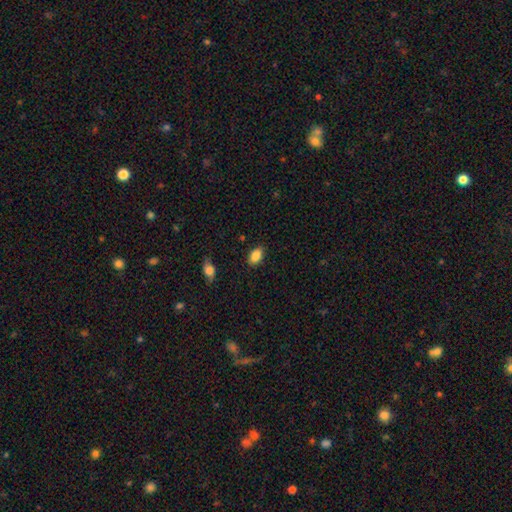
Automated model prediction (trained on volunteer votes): The model was most divided on "merging": none: 85%, minor disturbance: 11%, major disturbance: 3%, merger: 1%. More confident: how rounded — in between (89%); smooth or featured — smooth (86%).